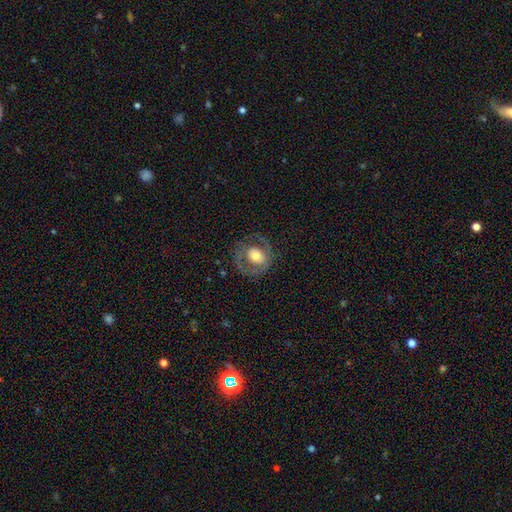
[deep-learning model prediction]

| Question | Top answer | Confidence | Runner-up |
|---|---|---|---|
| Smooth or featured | featured or disk | 55% | smooth (38%) |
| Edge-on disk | no | 96% | yes (4%) |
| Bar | no | 71% | weak (20%) |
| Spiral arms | no | 57% | yes (43%) |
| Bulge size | moderate | 62% | large (24%) |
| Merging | none | 68% | minor disturbance (16%) |